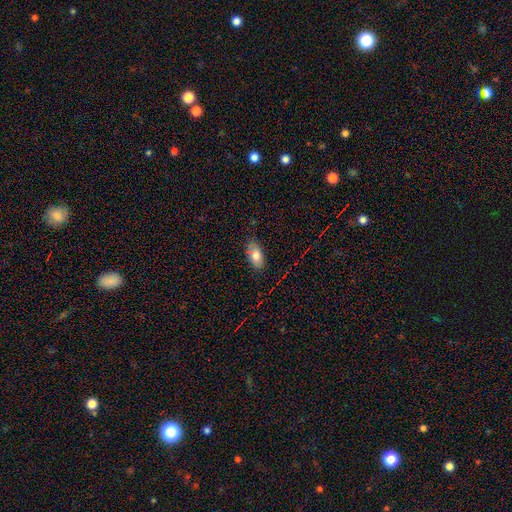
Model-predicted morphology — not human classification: smooth-or-featured: smooth: 78% | featured or disk: 13% | star or artifact: 9%
  how-rounded: in between: 89% | cigar-shaped: 6% | round: 5%
  merging: none: 79% | minor disturbance: 16% | major disturbance: 3% | merger: 2%